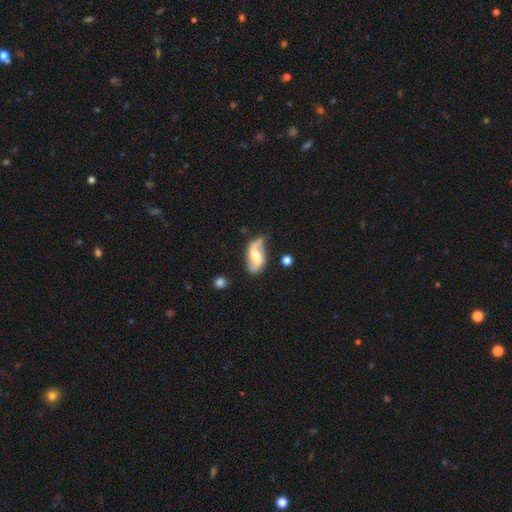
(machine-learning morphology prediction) Overall: featured or disk (71%). Edge-on disk: no (94%). Bar: weak (46%; strong 29%). Spiral arms: yes (88%). Spiral arm count: 2 (86%). Spiral winding: loose (52%; medium 35%). Bulge size: moderate (41%; large 26%). Merging: none (56%; minor disturbance 27%).